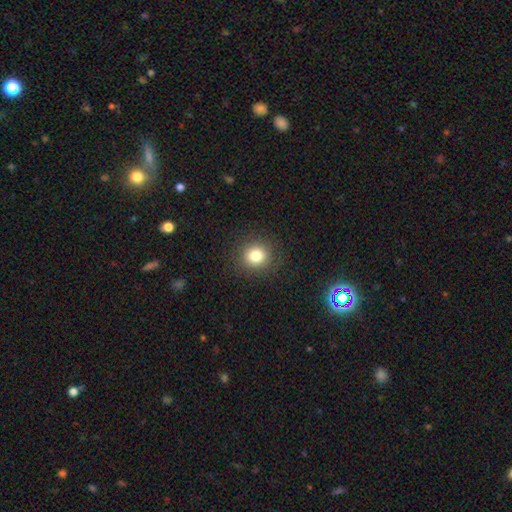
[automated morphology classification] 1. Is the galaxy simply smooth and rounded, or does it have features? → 81% smooth, 12% star or artifact, 7% featured or disk.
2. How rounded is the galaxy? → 86% round, 13% in between, 1% cigar-shaped.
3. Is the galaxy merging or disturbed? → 89% none, 7% minor disturbance, 3% major disturbance, 1% merger.